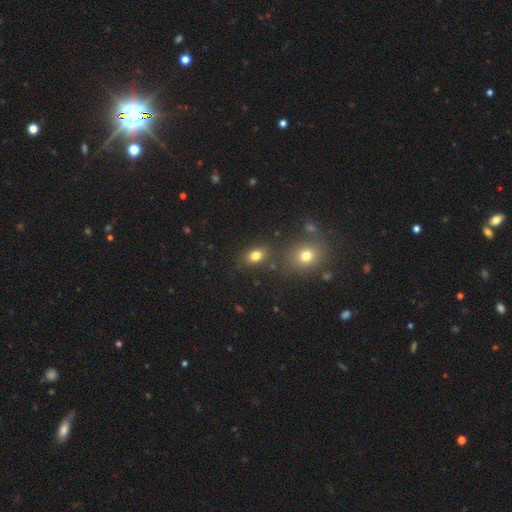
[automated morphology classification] type=smooth (79%); roundness=in between (73%); merging=none (74%).